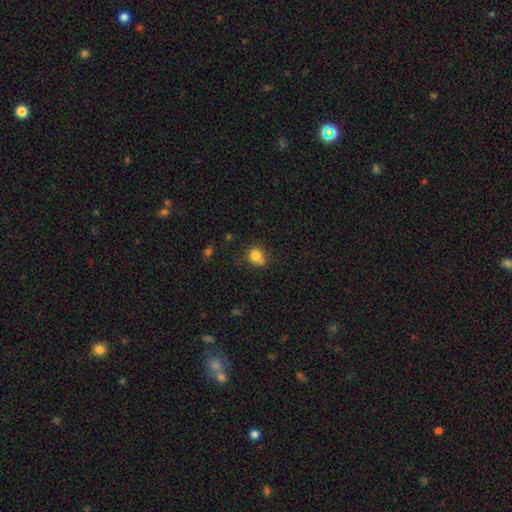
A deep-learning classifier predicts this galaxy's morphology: smooth 79%, star or artifact 11%, featured or disk 9%. Down the decision tree: how rounded — round (84%); merging — none (58%).